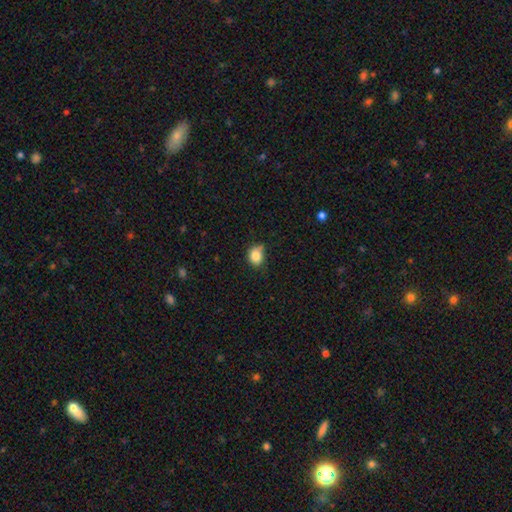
Smooth or featured?
  - smooth: 92% *
  - star or artifact: 5%
  - featured or disk: 3%
How rounded?
  - round: 56% *
  - in between: 44%
  - cigar-shaped: 0%
Merging?
  - none: 80% *
  - major disturbance: 14%
  - minor disturbance: 6%
  - merger: 0%